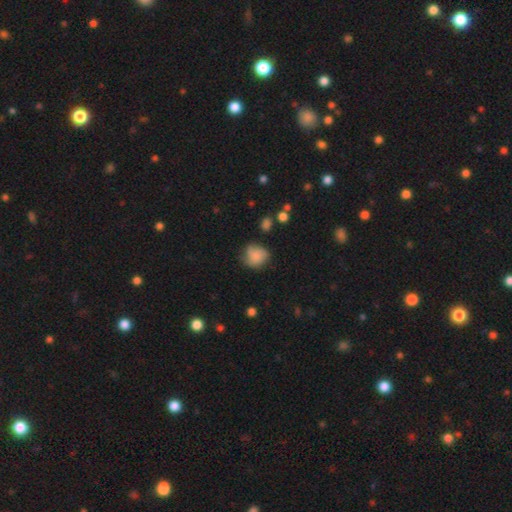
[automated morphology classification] A smooth galaxy with no disk features (69%) that is round (74%). Merging: none (57%).